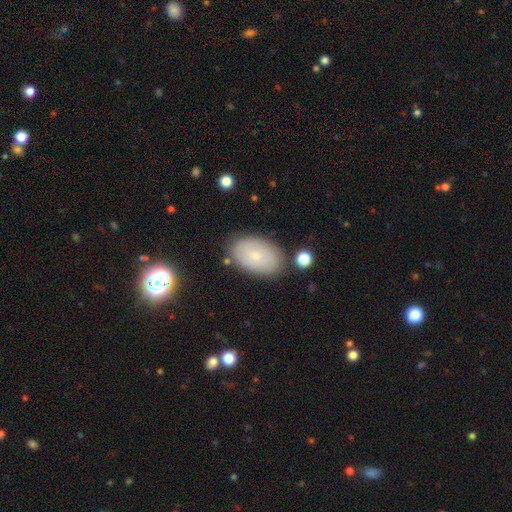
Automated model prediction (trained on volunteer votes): The model was most divided on "smooth or featured": smooth: 69%, featured or disk: 21%, star or artifact: 9%. More confident: how rounded — in between (91%); merging — none (82%).